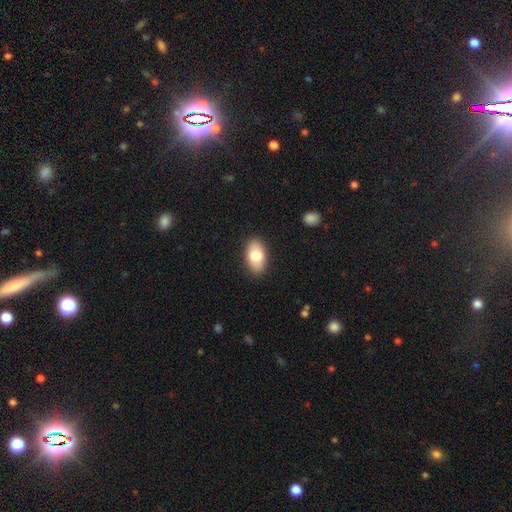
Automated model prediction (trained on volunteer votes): Overall: smooth (77%). How rounded: in between (92%). Merging: none (88%).